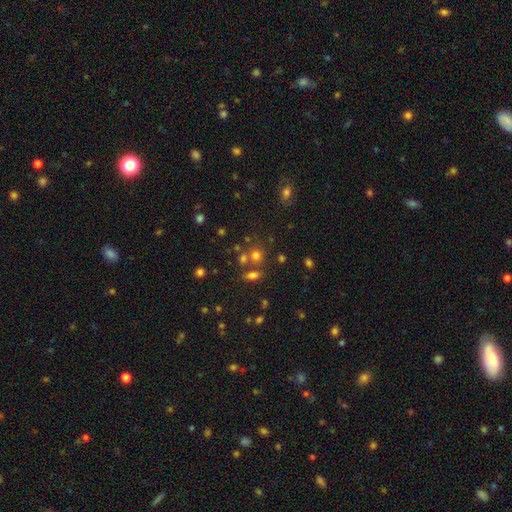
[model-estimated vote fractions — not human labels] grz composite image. It shows a smooth galaxy with no disk features (66%) that is round (72%). Merging: none (61%).